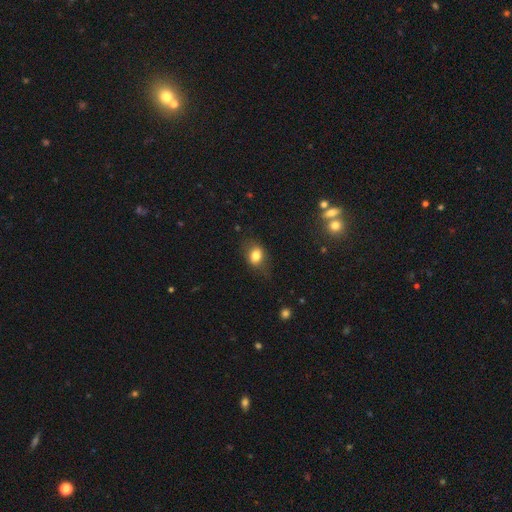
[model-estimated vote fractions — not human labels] Smooth or featured? Predicted: smooth (p=0.78). How rounded? Predicted: in between (p=0.61). Merging? Predicted: none (p=0.67).